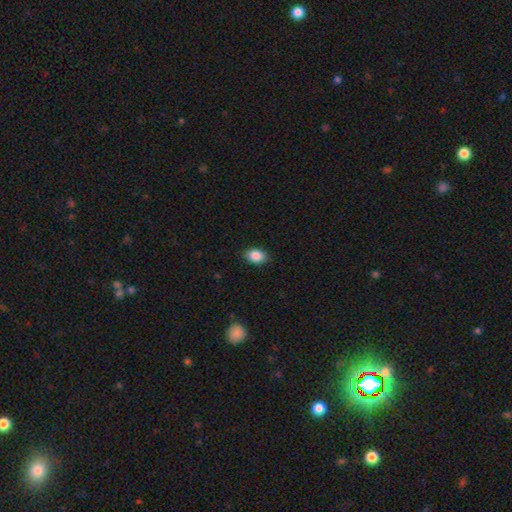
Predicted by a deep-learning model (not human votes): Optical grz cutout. It shows a smooth galaxy with no disk features (88%) that is in between round and cigar-shaped (76%). Merging: none (88%).